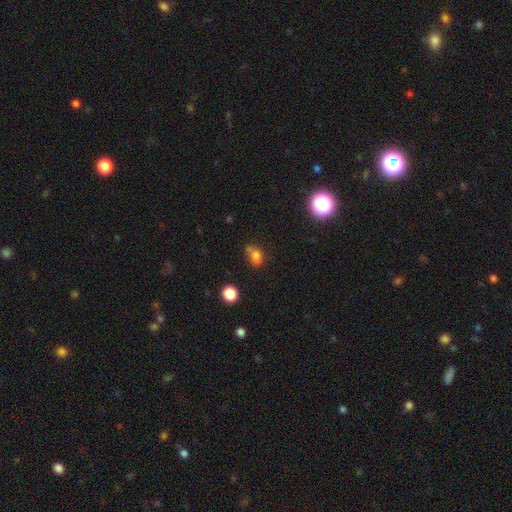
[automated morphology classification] Overall: smooth (73%). How rounded: in between (70%). Merging: none (46%; minor disturbance 29%).